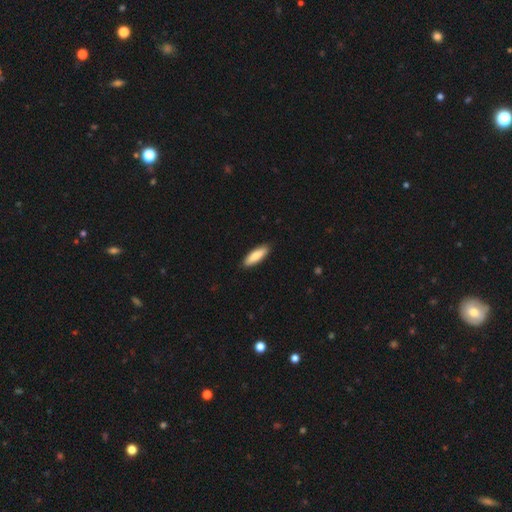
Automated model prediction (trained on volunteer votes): Smooth or featured: smooth — 81% (featured or disk — 14%)
How rounded: cigar-shaped — 50% (in between — 48%)
Merging: none — 90% (minor disturbance — 8%)